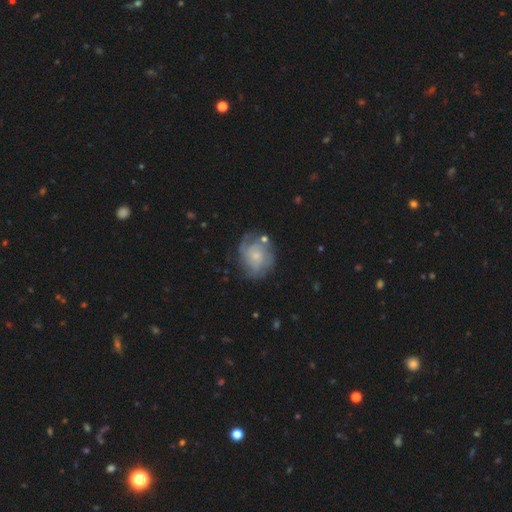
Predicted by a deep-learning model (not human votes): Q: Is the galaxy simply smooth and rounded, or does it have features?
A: featured or disk — 71%.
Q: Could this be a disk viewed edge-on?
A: no — 98%.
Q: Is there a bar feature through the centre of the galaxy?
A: no — 74%.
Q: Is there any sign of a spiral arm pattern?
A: yes — 88%.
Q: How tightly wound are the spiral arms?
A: tight — 52%.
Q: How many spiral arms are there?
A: can't tell — 39%.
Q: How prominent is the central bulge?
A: small — 52%.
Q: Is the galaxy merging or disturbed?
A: none — 66%.